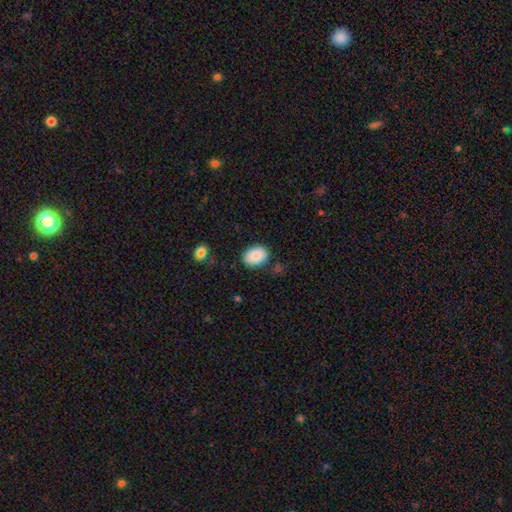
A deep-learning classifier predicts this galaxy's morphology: Smooth or featured? Predicted: smooth (p=0.88). How rounded? Predicted: in between (p=0.82). Merging? Predicted: none (p=0.79).